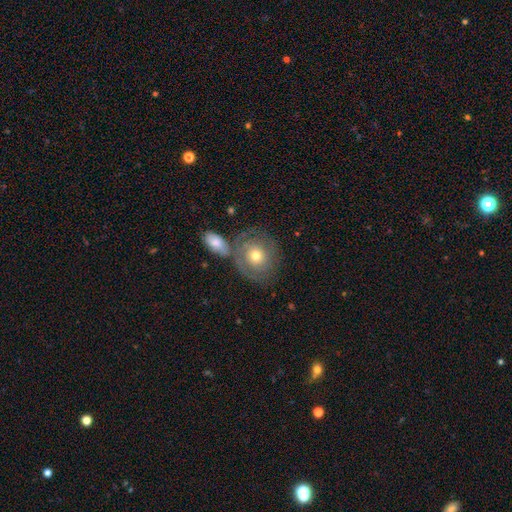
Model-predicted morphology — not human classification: Smooth or featured? Predicted: smooth (p=0.46, tied with featured or disk). Merging? Predicted: none (p=0.50).